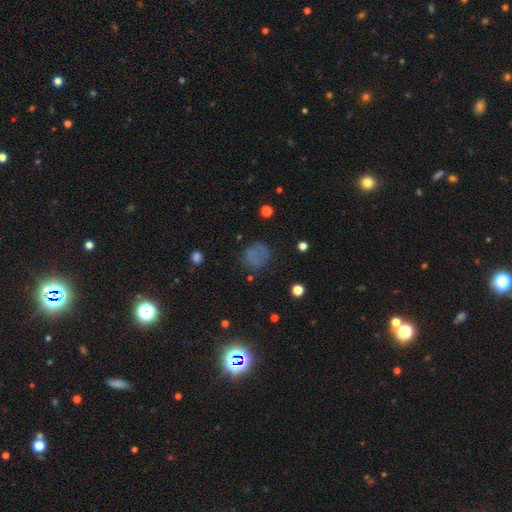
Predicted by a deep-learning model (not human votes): The model was most divided on "smooth or featured": smooth: 68%, star or artifact: 19%, featured or disk: 13%. More confident: how rounded — round (77%); merging — none (71%).